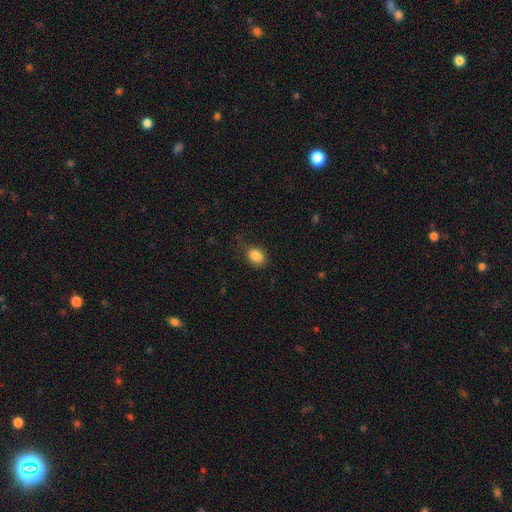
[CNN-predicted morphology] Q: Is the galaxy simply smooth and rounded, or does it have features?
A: smooth — 87%.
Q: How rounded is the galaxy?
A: in between — 67%.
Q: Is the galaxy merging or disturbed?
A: none — 75%.